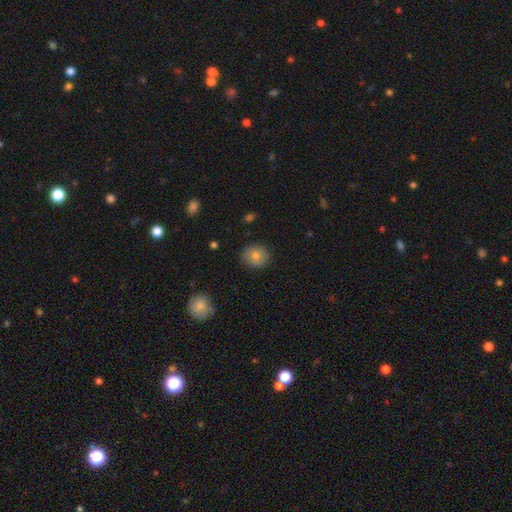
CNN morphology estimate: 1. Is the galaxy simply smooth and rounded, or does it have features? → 78% smooth, 14% featured or disk, 9% star or artifact.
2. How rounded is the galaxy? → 85% round, 14% in between, 1% cigar-shaped.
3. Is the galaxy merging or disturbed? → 87% none, 10% minor disturbance, 2% major disturbance, 1% merger.